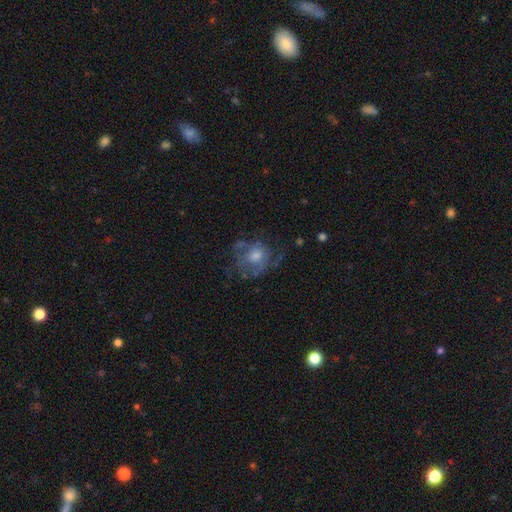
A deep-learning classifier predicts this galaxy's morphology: The model was most divided on "spiral arms": yes: 51%, no: 49%. More confident: edge-on disk — no (97%); bar — no (81%); bulge size — moderate (57%); smooth or featured — featured or disk (57%); merging — none (52%).